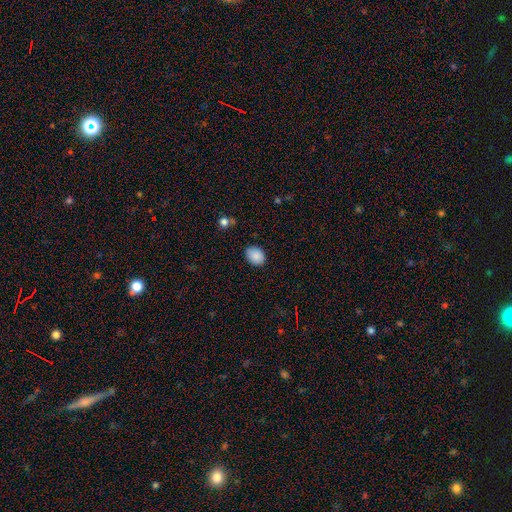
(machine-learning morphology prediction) This appears to be a smooth galaxy with no disk features (88%) that is in between round and cigar-shaped (58%). Merging: none (85%).